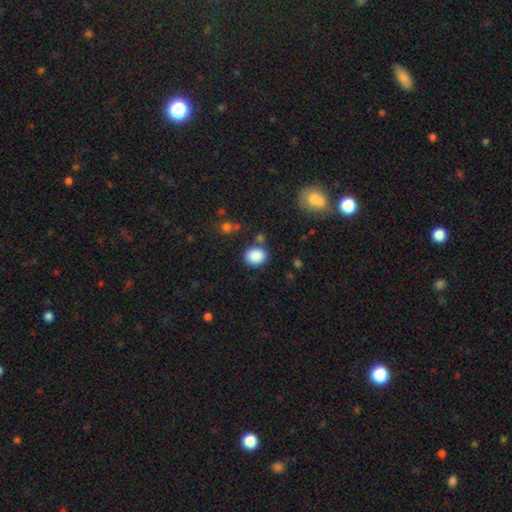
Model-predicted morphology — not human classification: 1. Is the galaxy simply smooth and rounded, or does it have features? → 87% smooth, 9% star or artifact, 4% featured or disk.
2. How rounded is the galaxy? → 63% round, 36% in between, 1% cigar-shaped.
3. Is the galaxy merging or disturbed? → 79% none, 11% minor disturbance, 6% merger, 4% major disturbance.